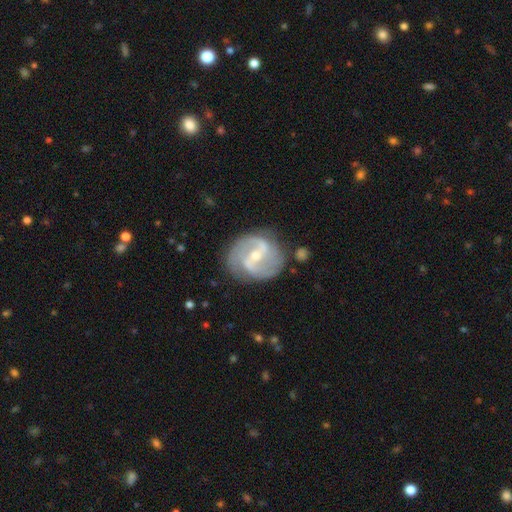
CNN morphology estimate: Overall: featured or disk (88%). Edge-on disk: no (97%). Bar: weak (42%; strong 37%). Spiral arms: yes (95%). Spiral arm count: 2 (87%). Spiral winding: medium (50%; loose 28%). Bulge size: small (59%; moderate 38%). Merging: none (77%).